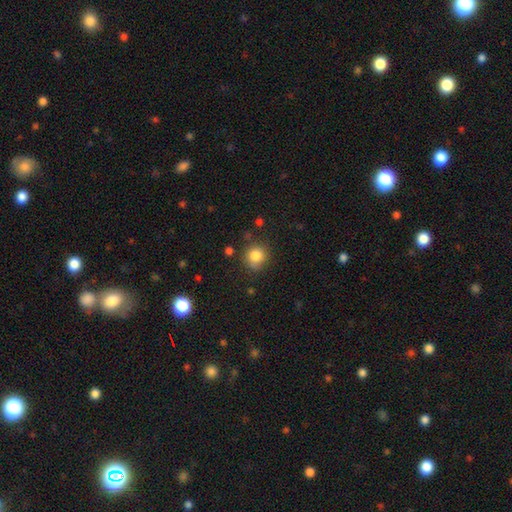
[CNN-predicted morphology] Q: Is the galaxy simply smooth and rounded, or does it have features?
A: smooth — 83%.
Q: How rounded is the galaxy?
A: round — 87%.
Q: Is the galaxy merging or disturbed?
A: none — 78%.